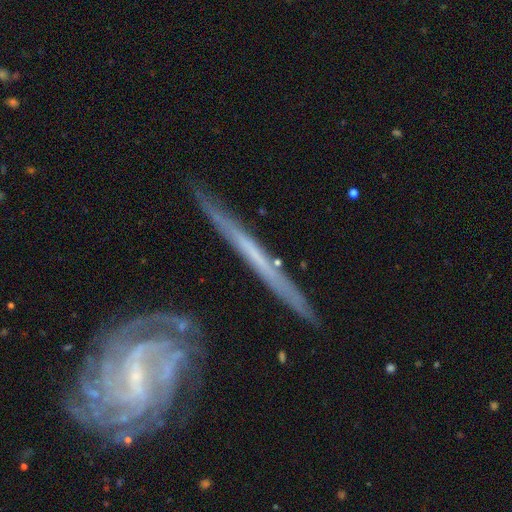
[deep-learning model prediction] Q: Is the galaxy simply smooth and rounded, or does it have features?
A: featured or disk — 73%.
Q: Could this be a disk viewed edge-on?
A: yes — 75%.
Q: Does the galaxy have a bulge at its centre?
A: none — 82%.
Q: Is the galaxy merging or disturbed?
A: none — 76%.